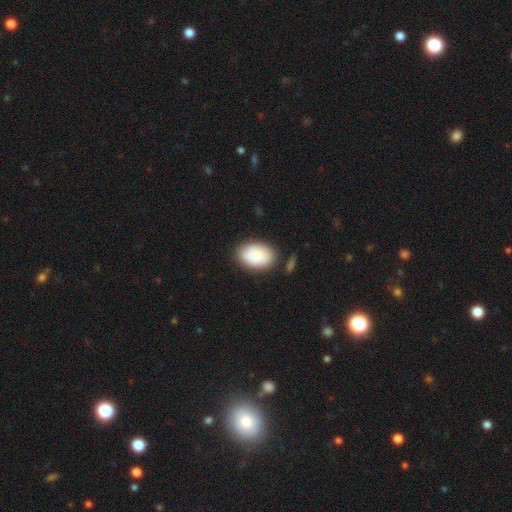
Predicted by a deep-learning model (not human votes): The model was most divided on "merging": none: 74%, minor disturbance: 16%, merger: 5%, major disturbance: 4%. More confident: how rounded — in between (86%); smooth or featured — smooth (86%).